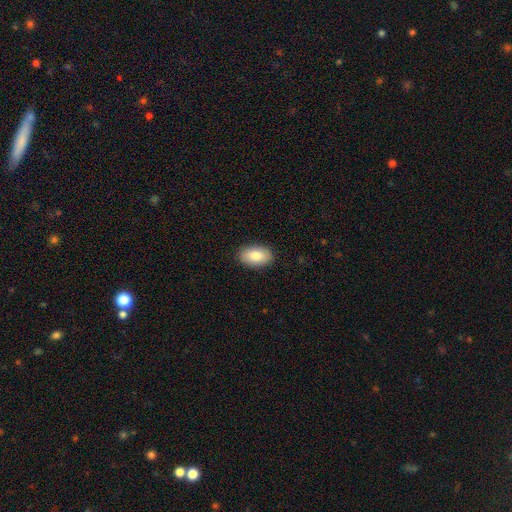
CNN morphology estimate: smooth-or-featured: smooth: 85% | featured or disk: 8% | star or artifact: 6%
  how-rounded: in between: 92% | round: 6% | cigar-shaped: 1%
  merging: none: 89% | minor disturbance: 8% | major disturbance: 2% | merger: 1%